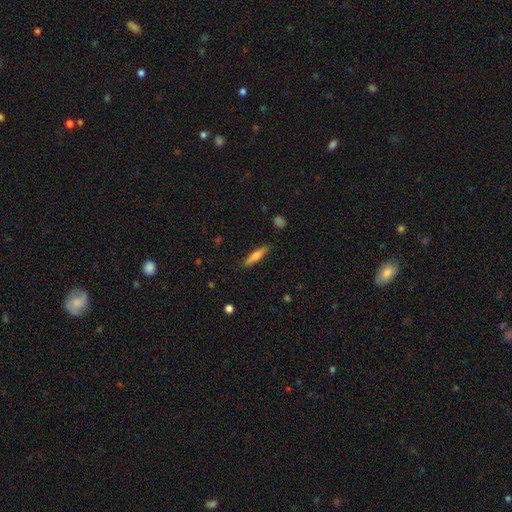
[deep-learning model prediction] Smooth or featured? Predicted: smooth (p=0.68). How rounded? Predicted: cigar-shaped (p=0.81). Merging? Predicted: none (p=0.86).